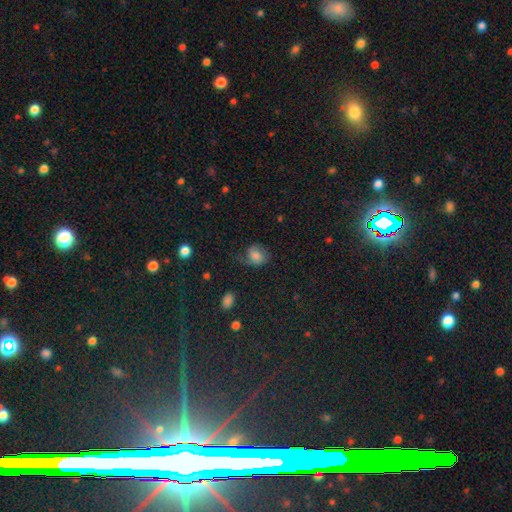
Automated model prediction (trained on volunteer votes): A smooth galaxy with no disk features (65%) that is round (52%). Merging: none (47%).